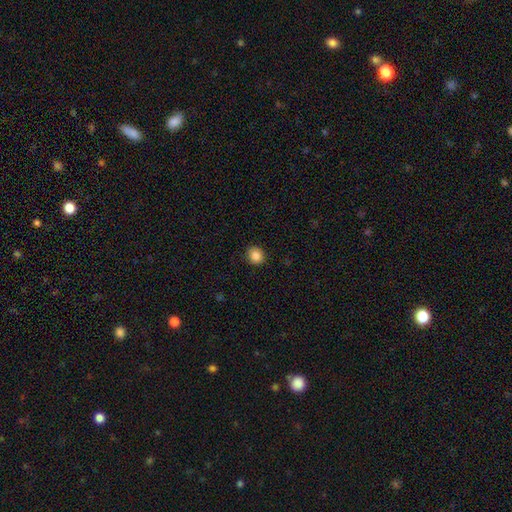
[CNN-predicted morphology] smooth 86%, star or artifact 10%, featured or disk 5%. Down the decision tree: how rounded — round (85%); merging — none (90%).